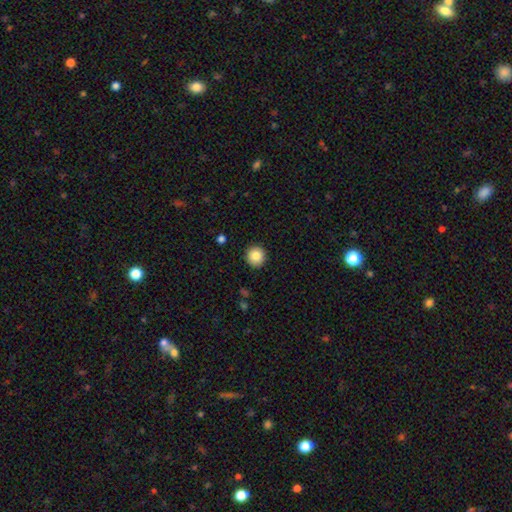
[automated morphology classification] smooth-or-featured: smooth: 85% | star or artifact: 9% | featured or disk: 6%
  how-rounded: round: 94% | in between: 5% | cigar-shaped: 1%
  merging: none: 92% | minor disturbance: 5% | major disturbance: 2% | merger: 1%